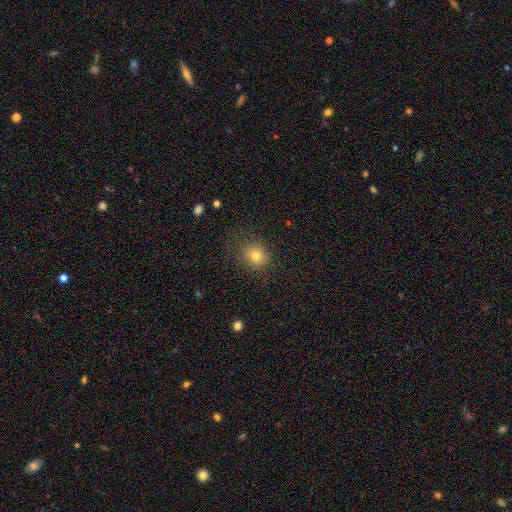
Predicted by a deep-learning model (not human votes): Smooth or featured? Predicted: smooth (p=0.78). How rounded? Predicted: round (p=0.71). Merging? Predicted: none (p=0.78).